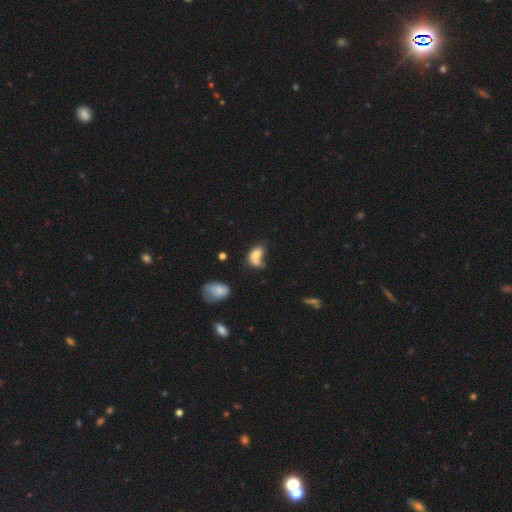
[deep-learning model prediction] Overall: smooth (70%). How rounded: in between (80%). Merging: merger (44%; none 22%).